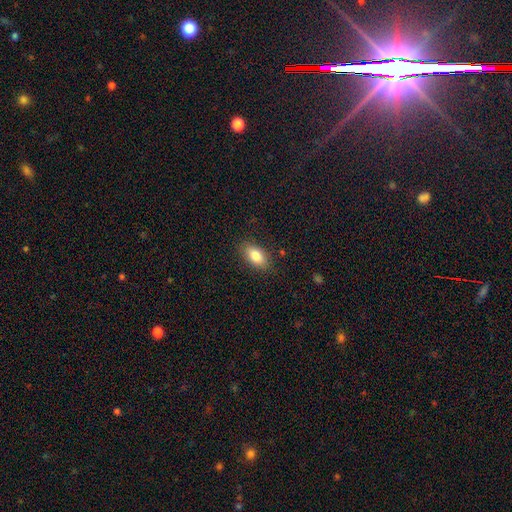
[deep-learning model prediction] A smooth galaxy with no disk features (82%) that is in between round and cigar-shaped (90%).

Vote fractions:
- Smooth or featured? smooth: 82% / featured or disk: 10% / star or artifact: 7%
- How rounded? in between: 90% / round: 5% / cigar-shaped: 5%
- Merging? none: 85% / minor disturbance: 11% / major disturbance: 3% / merger: 1%